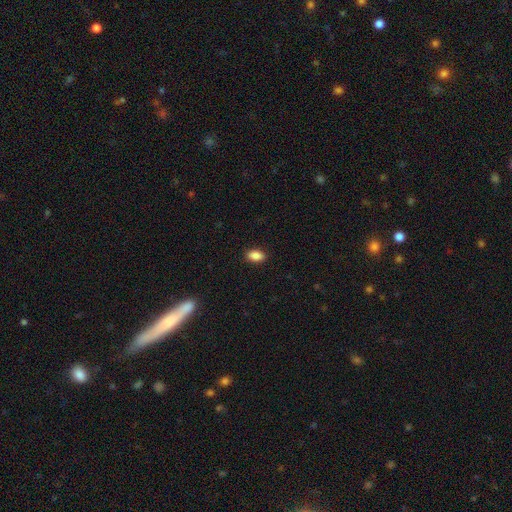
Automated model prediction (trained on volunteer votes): Morphology: type=smooth (89%); roundness=in between (91%); merging=none (90%).